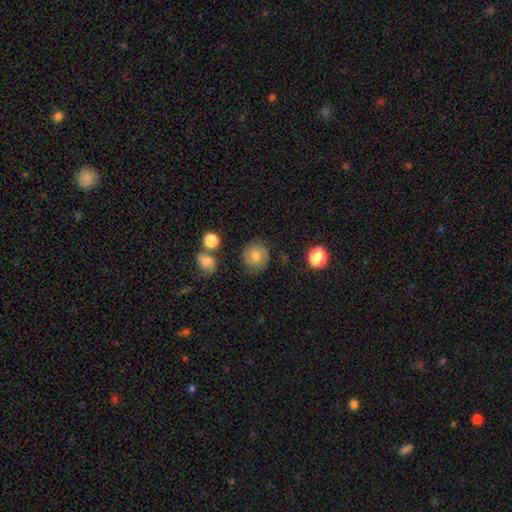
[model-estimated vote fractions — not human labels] Smooth or featured: smooth — 70% (featured or disk — 19%)
How rounded: round — 89% (in between — 10%)
Merging: none — 81% (minor disturbance — 13%)